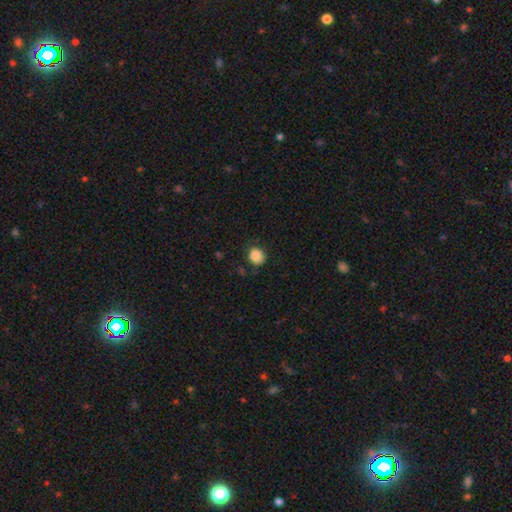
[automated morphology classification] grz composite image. It shows a smooth galaxy with no disk features (86%) that is round (77%). Merging: none (76%).